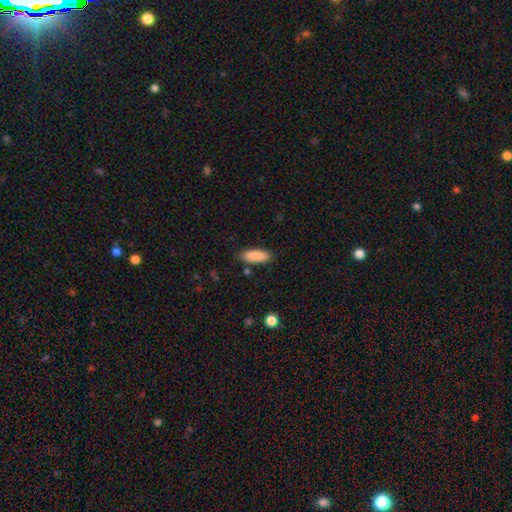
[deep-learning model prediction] Smooth or featured?
  - smooth: 89% *
  - star or artifact: 6%
  - featured or disk: 5%
How rounded?
  - in between: 74% *
  - cigar-shaped: 25%
  - round: 2%
Merging?
  - none: 83% *
  - minor disturbance: 12%
  - major disturbance: 2%
  - merger: 2%